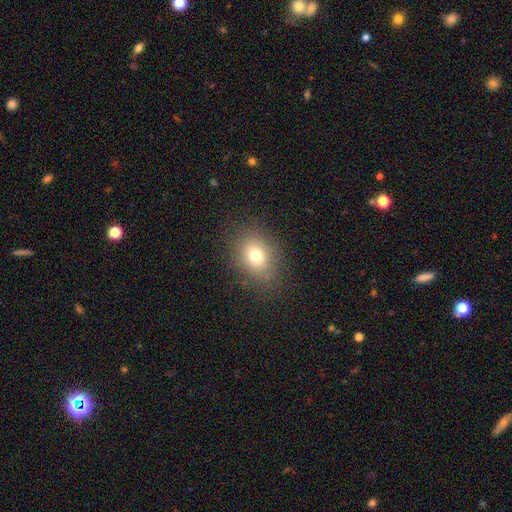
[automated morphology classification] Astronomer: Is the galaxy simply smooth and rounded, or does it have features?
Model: smooth — 74%.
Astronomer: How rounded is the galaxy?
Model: in between — 51% (runner-up: round, 47%).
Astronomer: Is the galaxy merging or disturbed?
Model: none — 83%.